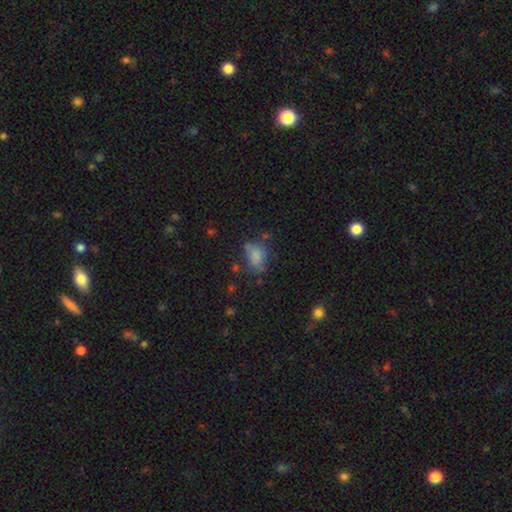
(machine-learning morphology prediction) Overall: smooth (70%). How rounded: in between (75%). Merging: none (46%; minor disturbance 27%).